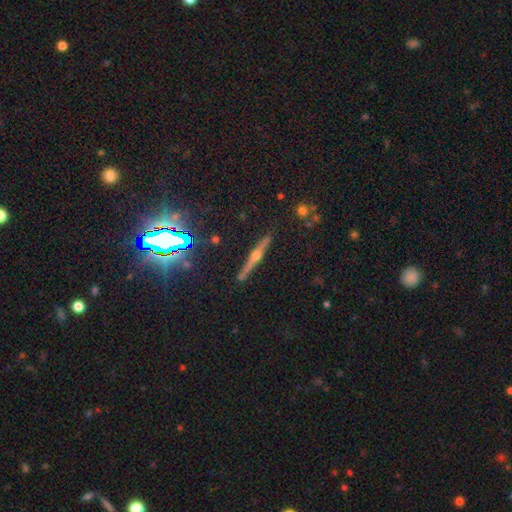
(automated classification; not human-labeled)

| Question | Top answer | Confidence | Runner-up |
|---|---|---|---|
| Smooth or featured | featured or disk | 72% | smooth (17%) |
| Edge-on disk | yes | 97% | no (3%) |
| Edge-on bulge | rounded | 92% | none (4%) |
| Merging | none | 88% | minor disturbance (8%) |